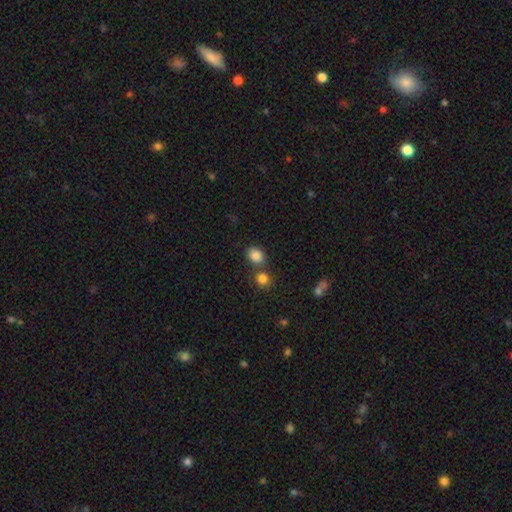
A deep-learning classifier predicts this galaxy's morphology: Smooth or featured? Predicted: smooth (p=0.84). How rounded? Predicted: in between (p=0.56). Merging? Predicted: none (p=0.66).